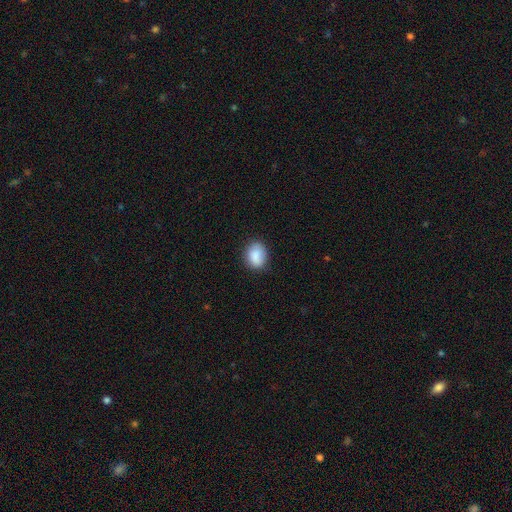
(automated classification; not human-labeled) Smooth or featured: smooth — 86% (star or artifact — 7%)
How rounded: in between — 57% (round — 42%)
Merging: none — 78% (minor disturbance — 17%)